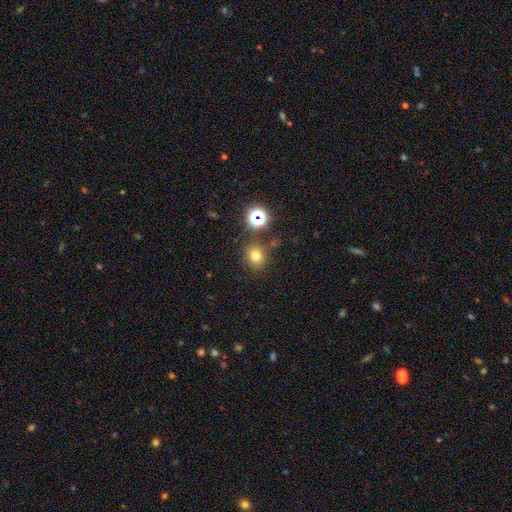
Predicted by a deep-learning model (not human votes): smooth-or-featured: smooth: 72% | star or artifact: 20% | featured or disk: 8%
  how-rounded: round: 70% | in between: 29% | cigar-shaped: 1%
  merging: none: 77% | minor disturbance: 11% | merger: 8% | major disturbance: 4%